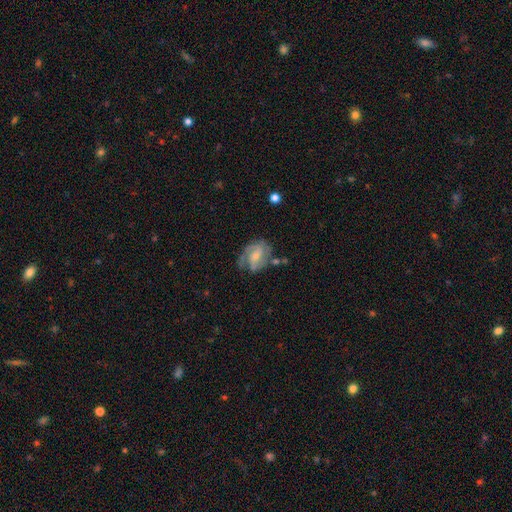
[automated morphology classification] Overall: featured or disk (76%). Edge-on disk: no (97%). Bar: weak (47%; no 37%). Spiral arms: yes (90%). Spiral arm count: 2 (59%). Spiral winding: medium (47%; tight 35%). Bulge size: small (56%; moderate 37%). Merging: none (56%; minor disturbance 25%).